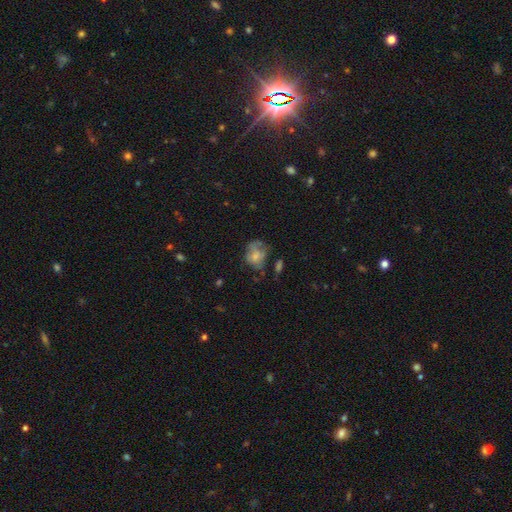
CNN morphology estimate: smooth-or-featured: smooth: 57% | featured or disk: 32% | star or artifact: 10%
  how-rounded: in between: 50% | round: 49% | cigar-shaped: 1%
  merging: none: 35% | major disturbance: 29% | minor disturbance: 28% | merger: 7%